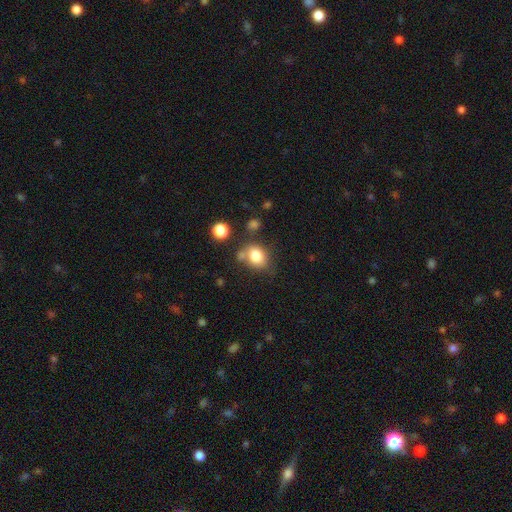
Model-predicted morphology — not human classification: smooth-or-featured: smooth: 80% | star or artifact: 11% | featured or disk: 9%
  how-rounded: in between: 52% | round: 47% | cigar-shaped: 1%
  merging: none: 59% | minor disturbance: 18% | merger: 16% | major disturbance: 7%